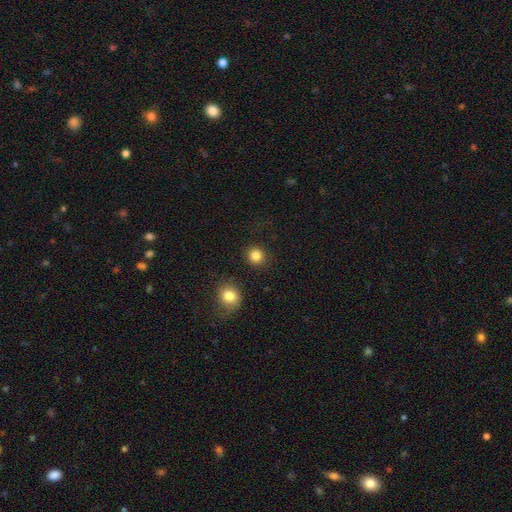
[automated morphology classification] A smooth galaxy with no disk features (84%) that is round (89%). Merging: none (87%).